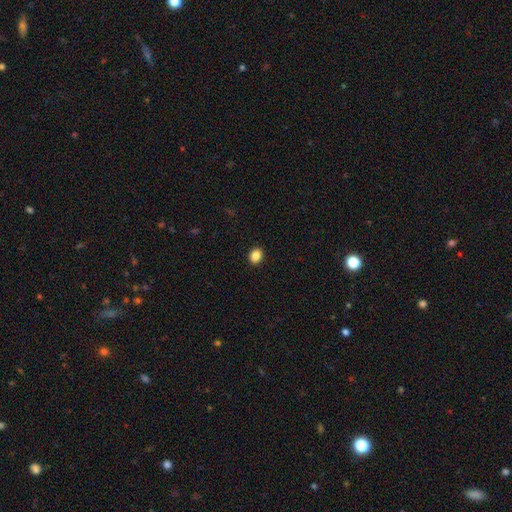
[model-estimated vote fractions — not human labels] Smooth or featured: smooth — 87% (star or artifact — 10%)
How rounded: round — 52% (in between — 47%)
Merging: none — 92% (minor disturbance — 6%)